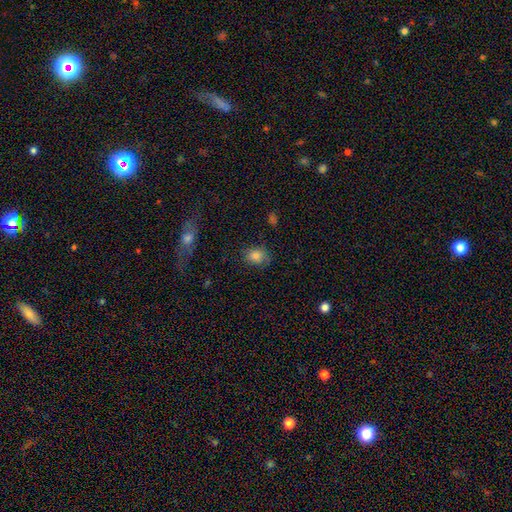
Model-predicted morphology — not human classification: Overall: smooth (81%). How rounded: round (53%; in between 45%). Merging: none (71%).